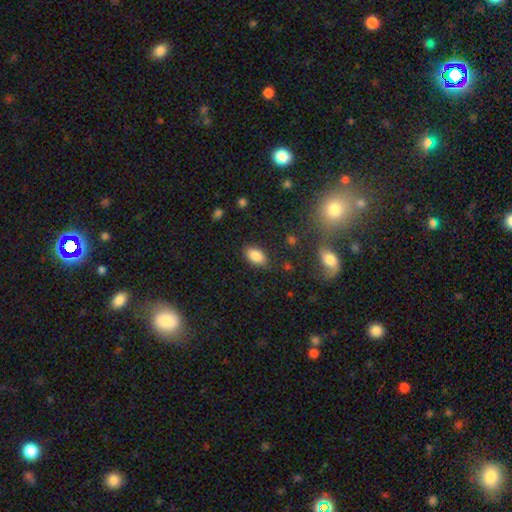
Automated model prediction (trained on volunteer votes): This is clearly a smooth galaxy (85%). How rounded: clearly in between (92%). Merging: clearly none (84%).